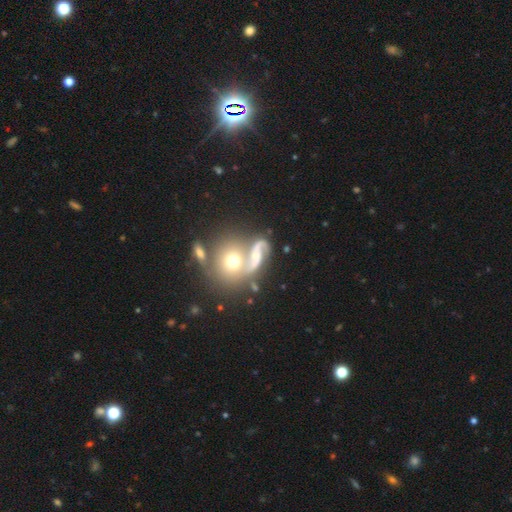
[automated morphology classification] This is likely a featured or disk galaxy (77%). It is clearly not viewed edge-on (96%). Bar: possibly no (48%). Spiral arm pattern: clearly yes (93%). Spiral arm count: clearly 2 (91%). Spiral winding: likely loose (65%). Central bulge: possibly moderate (49%). Merging: marginally none (42%).